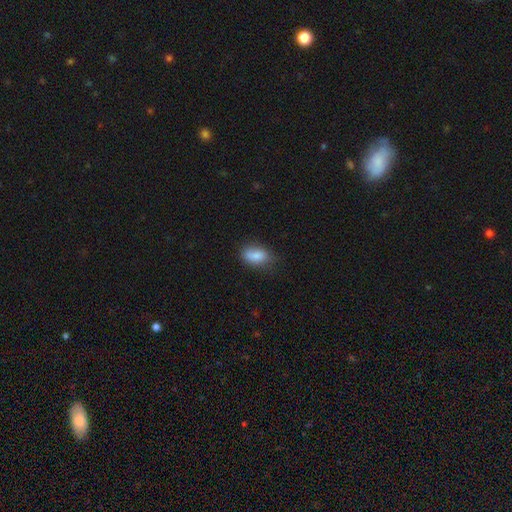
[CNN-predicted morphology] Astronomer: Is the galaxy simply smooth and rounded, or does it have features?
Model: smooth — 85%.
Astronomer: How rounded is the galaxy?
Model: in between — 88%.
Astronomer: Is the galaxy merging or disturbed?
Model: none — 68%.